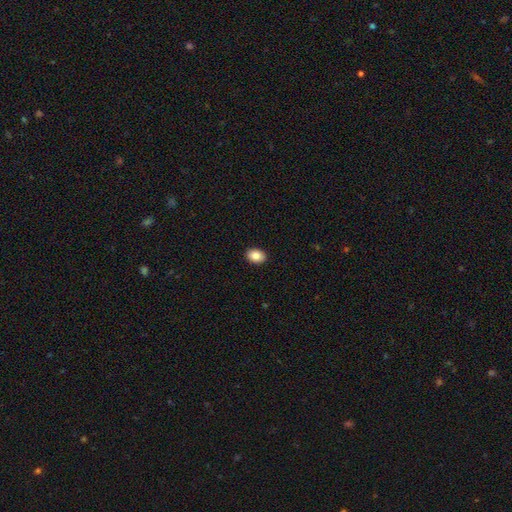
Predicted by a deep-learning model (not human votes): Smooth or featured: smooth — 86% (star or artifact — 8%)
How rounded: in between — 72% (round — 27%)
Merging: none — 91% (minor disturbance — 6%)